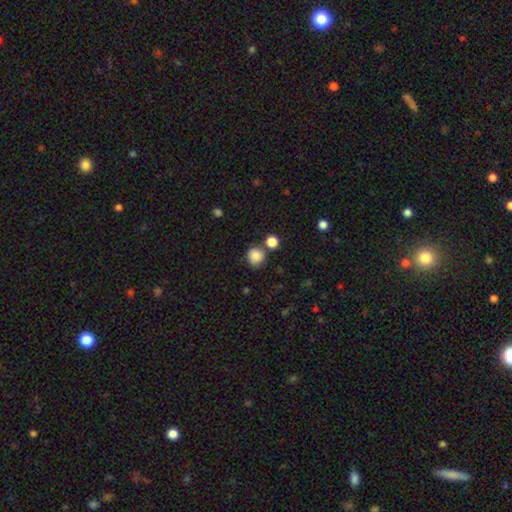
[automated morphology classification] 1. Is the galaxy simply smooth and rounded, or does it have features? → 85% smooth, 10% star or artifact, 5% featured or disk.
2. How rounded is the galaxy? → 86% round, 13% in between, 1% cigar-shaped.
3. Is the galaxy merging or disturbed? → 68% none, 14% minor disturbance, 13% merger, 4% major disturbance.